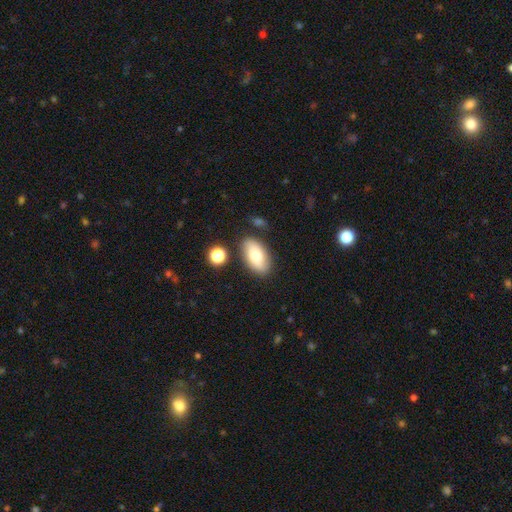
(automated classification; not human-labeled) This is likely a smooth galaxy (70%). How rounded: clearly in between (92%). Merging: clearly none (80%).